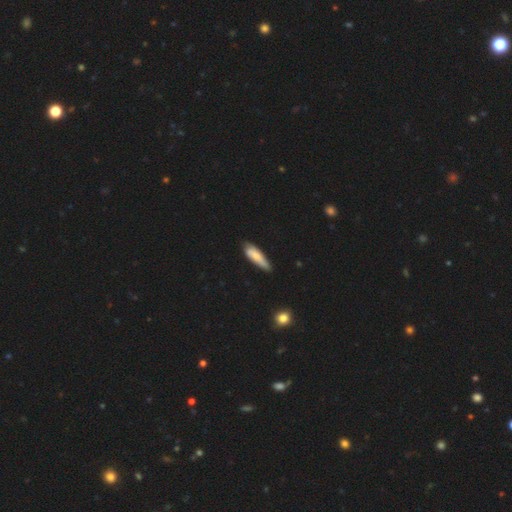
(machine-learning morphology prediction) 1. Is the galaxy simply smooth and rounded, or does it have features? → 74% smooth, 20% featured or disk, 6% star or artifact.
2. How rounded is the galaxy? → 62% cigar-shaped, 36% in between, 2% round.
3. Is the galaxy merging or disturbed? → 63% none, 30% minor disturbance, 5% major disturbance, 2% merger.